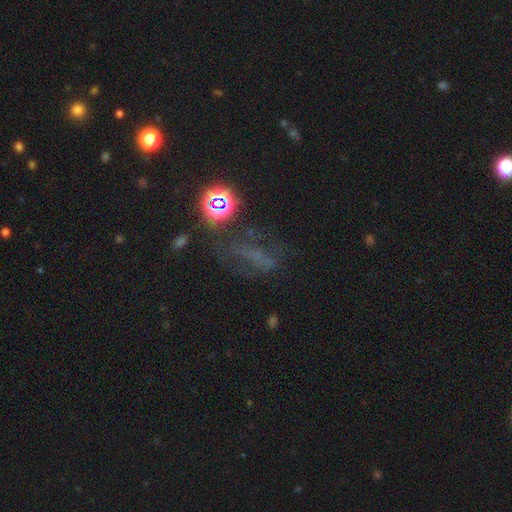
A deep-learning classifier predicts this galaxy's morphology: A star or artifact, not a galaxy (46%).